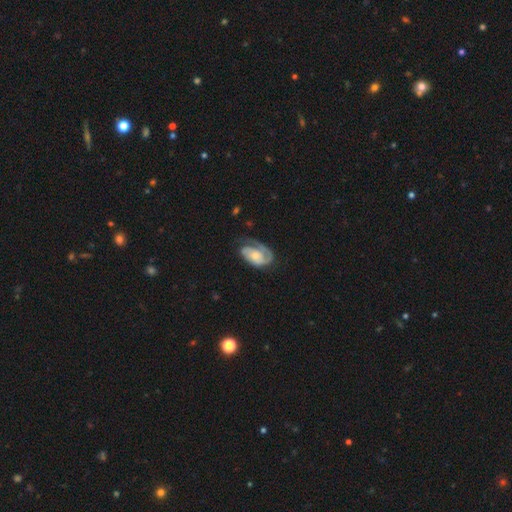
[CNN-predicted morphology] smooth_or_featured: featured or disk (p=0.76) [alt: smooth p=0.19]
disk_edge_on: no (p=0.97) [alt: yes p=0.03]
bar: no (p=0.71) [alt: weak p=0.23]
has_spiral_arms: yes (p=0.93) [alt: no p=0.07]
spiral_winding: tight (p=0.53) [alt: medium p=0.34]
spiral_arm_count: 1 (p=0.43) [alt: 2 p=0.42]
bulge_size: moderate (p=0.45) [alt: small p=0.43]
merging: none (p=0.55) [alt: minor disturbance p=0.25]